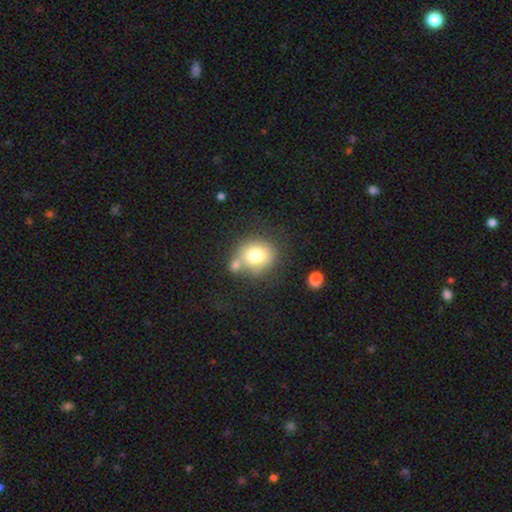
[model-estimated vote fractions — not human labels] smooth_or_featured: smooth (p=0.75) [alt: featured or disk p=0.14]
how_rounded: round (p=0.78) [alt: in between p=0.21]
merging: none (p=0.53) [alt: merger p=0.26]